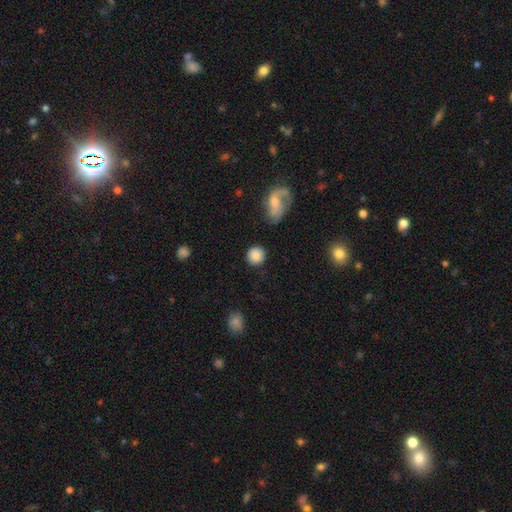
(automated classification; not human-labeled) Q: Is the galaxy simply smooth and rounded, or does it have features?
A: smooth — 83%.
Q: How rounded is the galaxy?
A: round — 90%.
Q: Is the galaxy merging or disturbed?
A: none — 86%.